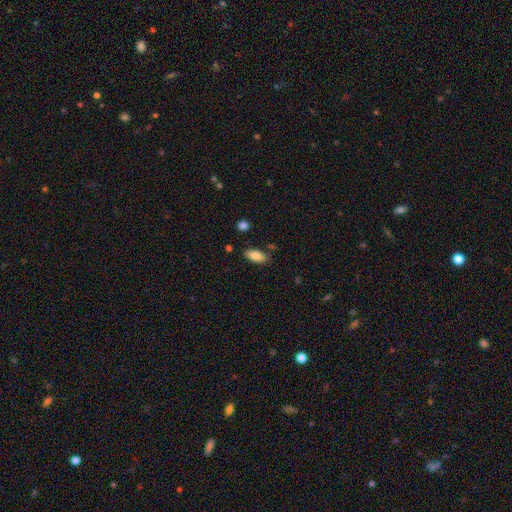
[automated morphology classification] A smooth galaxy with no disk features (84%) that is in between round and cigar-shaped (88%). Merging: none (81%).